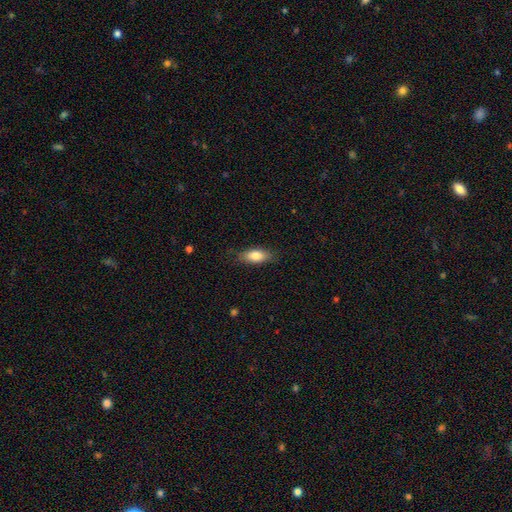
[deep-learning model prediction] Smooth or featured? Predicted: smooth (p=0.79). How rounded? Predicted: in between (p=0.81). Merging? Predicted: none (p=0.82).